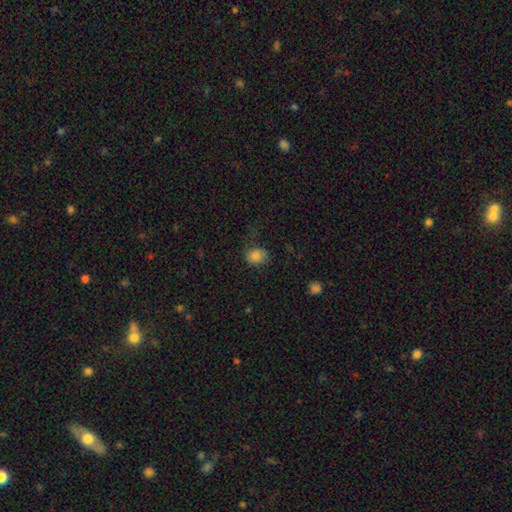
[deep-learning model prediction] A smooth galaxy with no disk features (83%) that is round (54%). Merging: none (62%).